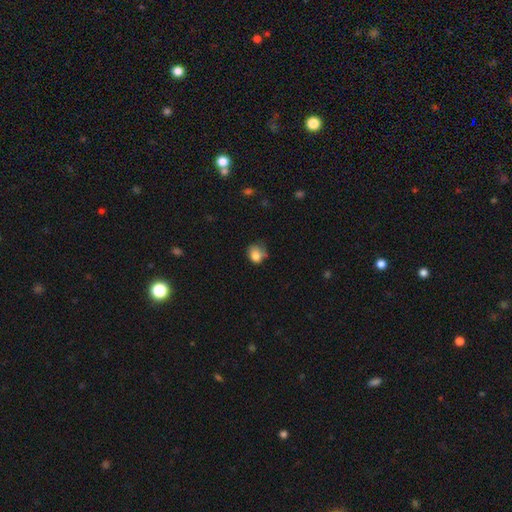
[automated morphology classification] smooth 80%, featured or disk 10%, star or artifact 10%. Down the decision tree: how rounded — round (65%); merging — none (46%).